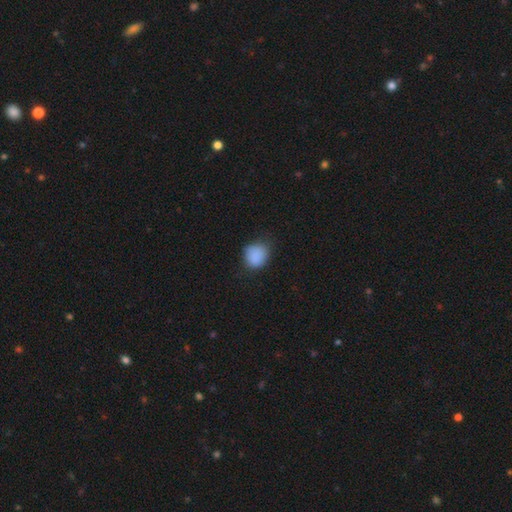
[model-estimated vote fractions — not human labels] A smooth galaxy with no disk features (87%) that is round (69%). Merging: none (68%).